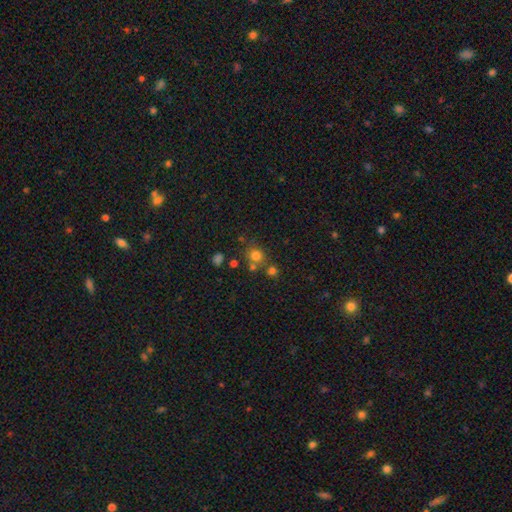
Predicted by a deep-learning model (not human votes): Morphology: type=smooth (74%); roundness=round (85%); merging=none (64%).